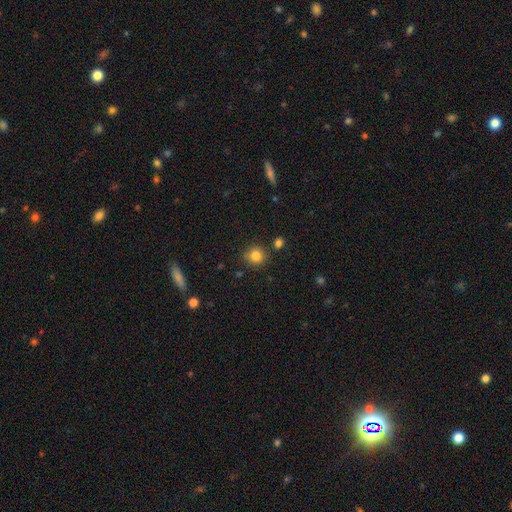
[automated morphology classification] A smooth galaxy with no disk features (84%) that is round (90%).

Vote fractions:
- Smooth or featured? smooth: 84% / star or artifact: 11% / featured or disk: 5%
- How rounded? round: 90% / in between: 9% / cigar-shaped: 1%
- Merging? none: 83% / minor disturbance: 10% / merger: 5% / major disturbance: 3%